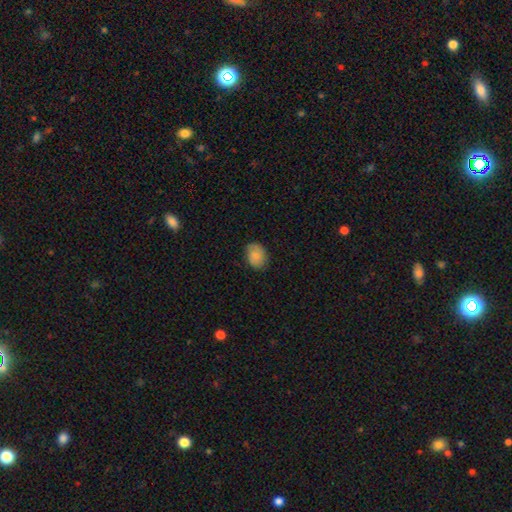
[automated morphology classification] A smooth galaxy with no disk features (84%) that is in between round and cigar-shaped (65%). Merging: none (79%).